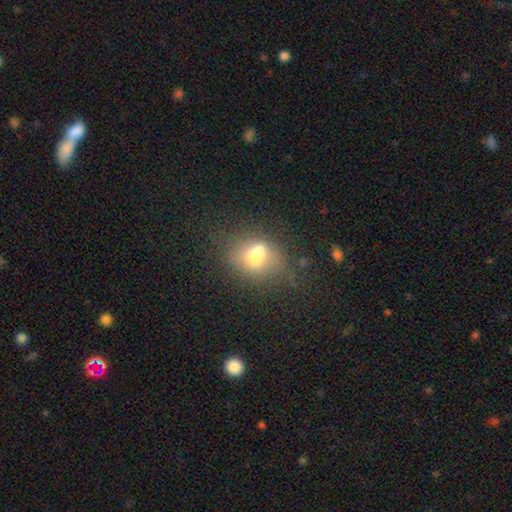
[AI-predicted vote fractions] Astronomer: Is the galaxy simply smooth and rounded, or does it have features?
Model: smooth — 60%.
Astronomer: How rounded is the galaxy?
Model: round — 51% (runner-up: in between, 47%).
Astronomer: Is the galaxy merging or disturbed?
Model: none — 39% (runner-up: merger, 34%).